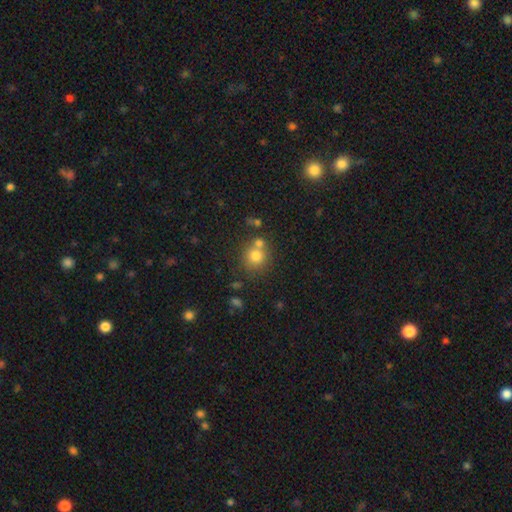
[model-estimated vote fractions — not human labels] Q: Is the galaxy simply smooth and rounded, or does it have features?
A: smooth — 76%.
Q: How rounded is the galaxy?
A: round — 87%.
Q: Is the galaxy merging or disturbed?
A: none — 60%.